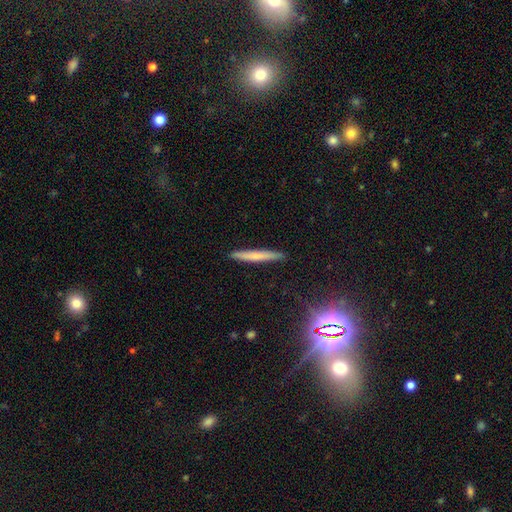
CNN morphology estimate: Smooth or featured? Predicted: smooth (p=0.58). How rounded? Predicted: cigar-shaped (p=0.95). Merging? Predicted: none (p=0.90).